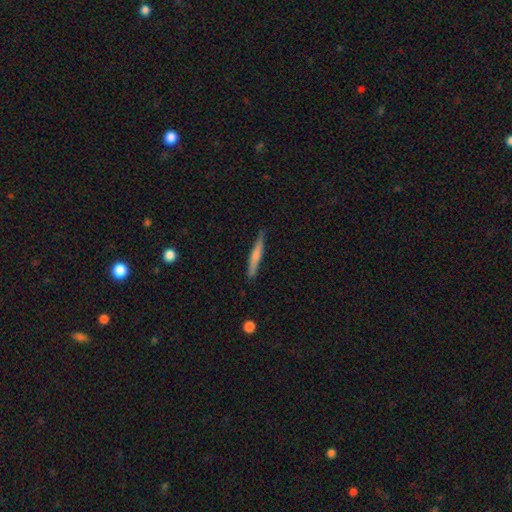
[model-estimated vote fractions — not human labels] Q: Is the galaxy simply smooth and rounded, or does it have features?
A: smooth — 62%.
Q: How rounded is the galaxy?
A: cigar-shaped — 94%.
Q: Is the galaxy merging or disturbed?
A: none — 85%.